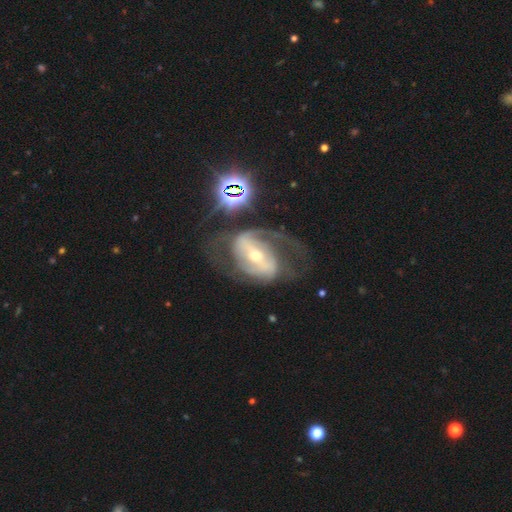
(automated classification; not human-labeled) Morphology: type=featured or disk (85%); edge-on=no (96%); bar=strong (57%); spiral arms=yes (91%); winding=medium (50%); arm count=2 (79%); bulge=small (48%); merging=none (55%).